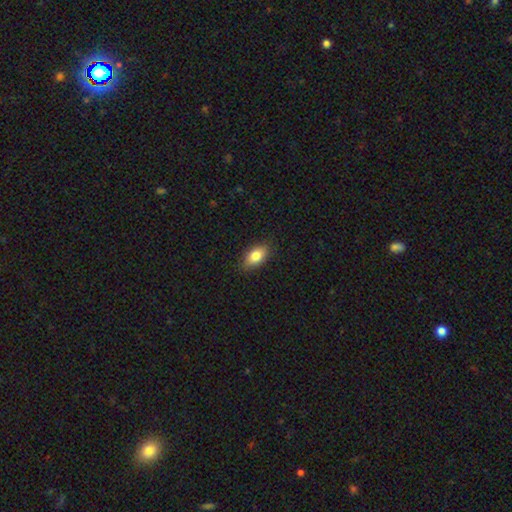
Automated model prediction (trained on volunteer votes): Morphology: type=smooth (83%); roundness=in between (89%); merging=none (86%).